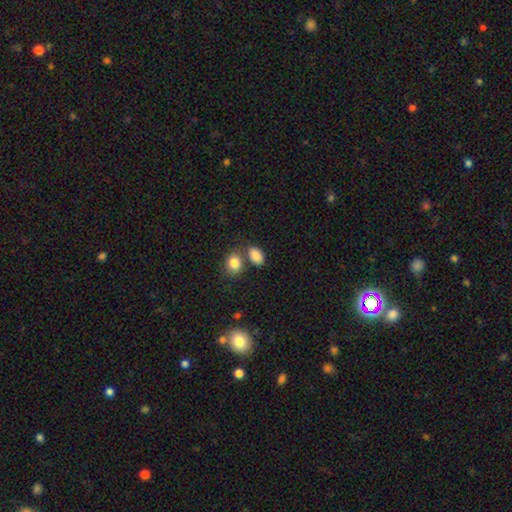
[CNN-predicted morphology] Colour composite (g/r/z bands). It shows a smooth galaxy with no disk features (85%) that is in between round and cigar-shaped (83%). Merging: none (57%).